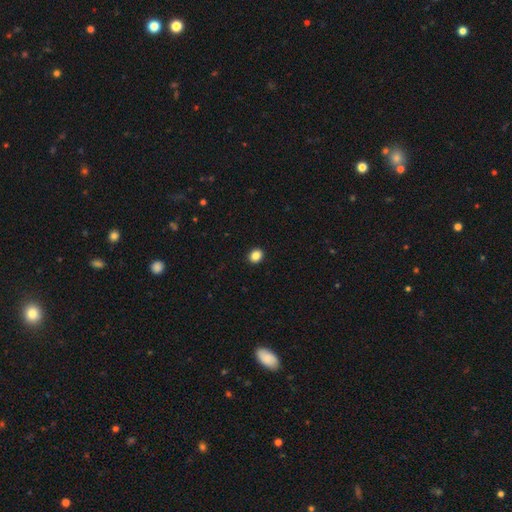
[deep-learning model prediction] smooth-or-featured: smooth: 86% | star or artifact: 10% | featured or disk: 4%
  how-rounded: round: 66% | in between: 33% | cigar-shaped: 1%
  merging: none: 92% | minor disturbance: 5% | major disturbance: 2% | merger: 1%